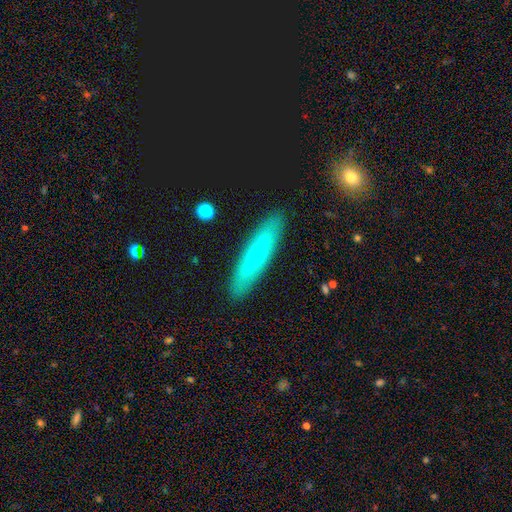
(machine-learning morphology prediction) A smooth galaxy with no disk features (50%). Merging: none (89%).